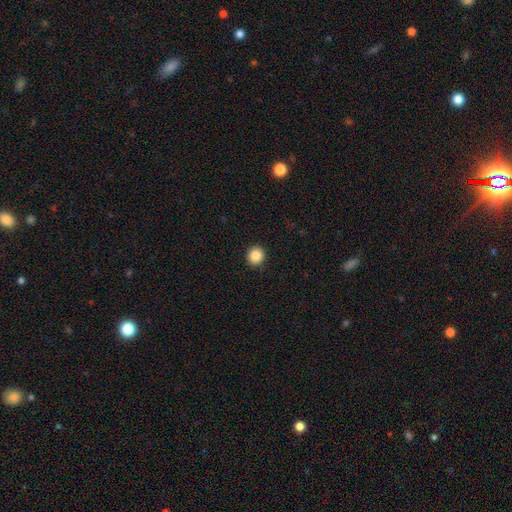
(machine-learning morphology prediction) type=smooth (86%); roundness=round (91%); merging=none (92%).